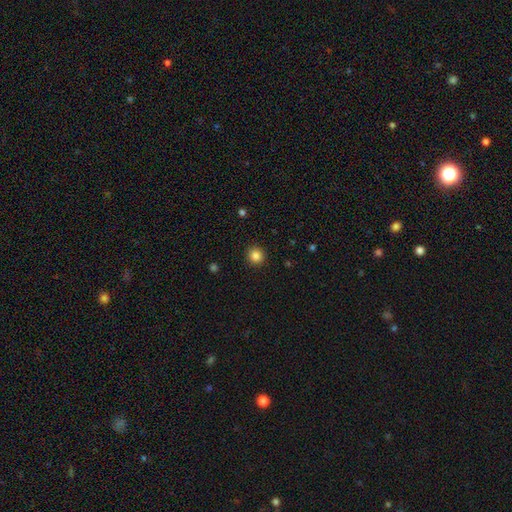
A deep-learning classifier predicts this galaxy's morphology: A smooth galaxy with no disk features (85%) that is round (93%).

Vote fractions:
- Smooth or featured? smooth: 85% / star or artifact: 11% / featured or disk: 4%
- How rounded? round: 93% / in between: 6% / cigar-shaped: 1%
- Merging? none: 92% / minor disturbance: 5% / major disturbance: 2% / merger: 1%